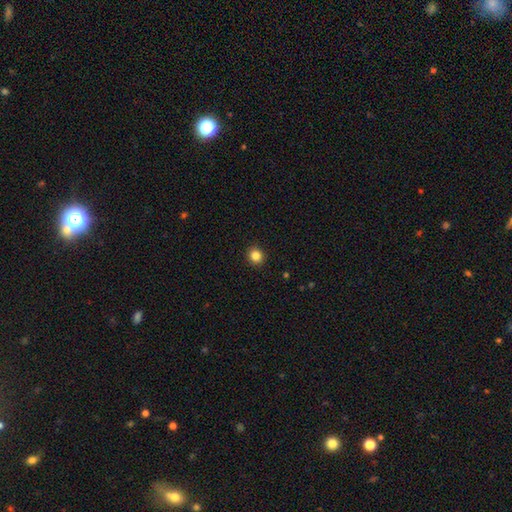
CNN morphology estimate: type=smooth (84%); roundness=round (87%); merging=none (92%).